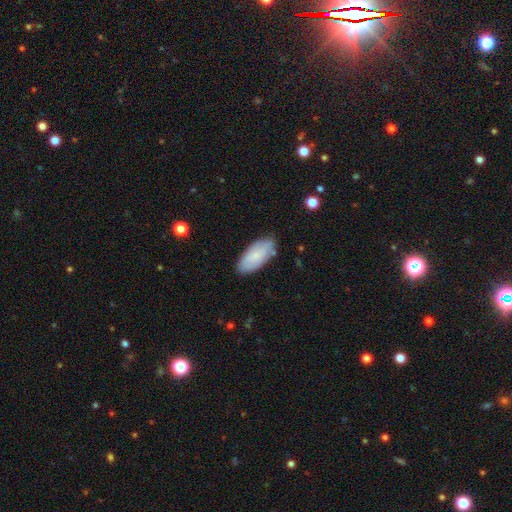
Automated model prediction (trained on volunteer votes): Morphology: type=smooth (74%); roundness=in between (90%); merging=none (81%).